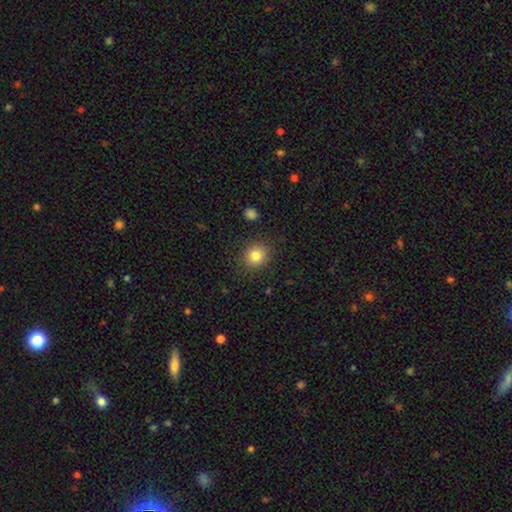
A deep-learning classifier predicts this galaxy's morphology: Smooth or featured?
  - smooth: 82% *
  - star or artifact: 12%
  - featured or disk: 7%
How rounded?
  - round: 85% *
  - in between: 14%
  - cigar-shaped: 1%
Merging?
  - none: 88% *
  - minor disturbance: 8%
  - major disturbance: 3%
  - merger: 1%